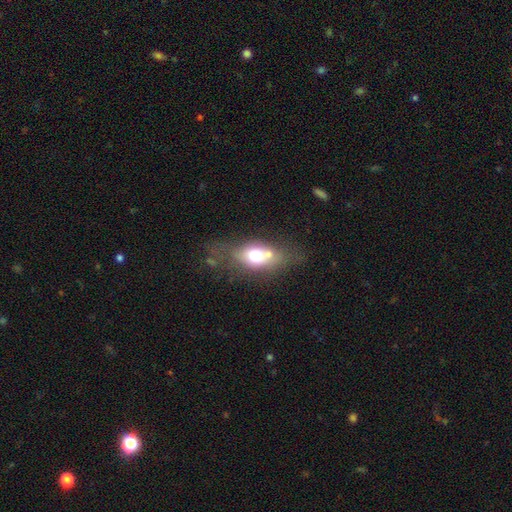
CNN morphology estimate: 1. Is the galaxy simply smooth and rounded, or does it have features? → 60% smooth, 30% featured or disk, 10% star or artifact.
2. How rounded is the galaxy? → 73% in between, 20% round, 7% cigar-shaped.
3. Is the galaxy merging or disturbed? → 46% none, 23% merger, 19% minor disturbance, 12% major disturbance.